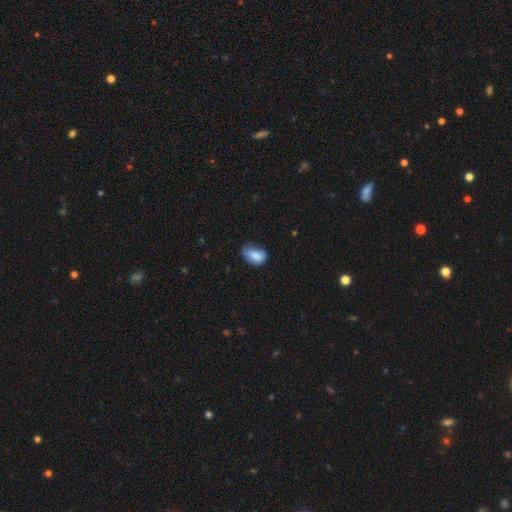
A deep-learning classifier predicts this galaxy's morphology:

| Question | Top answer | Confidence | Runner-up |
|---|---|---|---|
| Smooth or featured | smooth | 84% | featured or disk (8%) |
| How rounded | in between | 87% | round (11%) |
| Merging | none | 50% | minor disturbance (40%) |